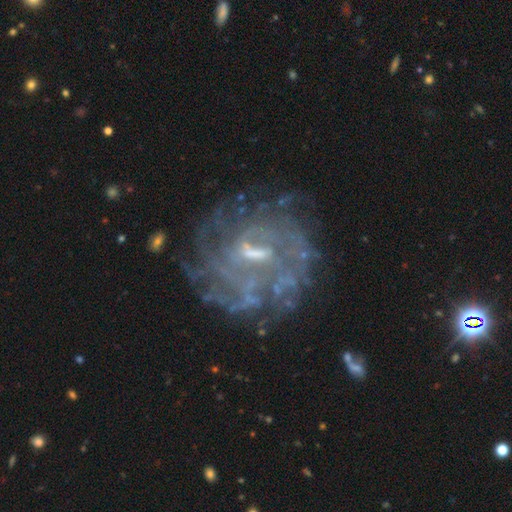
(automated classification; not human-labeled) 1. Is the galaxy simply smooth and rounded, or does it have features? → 80% featured or disk, 11% star or artifact, 9% smooth.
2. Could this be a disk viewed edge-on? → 97% no, 3% yes.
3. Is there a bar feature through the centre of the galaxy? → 57% weak, 25% no, 17% strong.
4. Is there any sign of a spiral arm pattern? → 76% yes, 24% no.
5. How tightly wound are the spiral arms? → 60% tight, 28% medium, 13% loose.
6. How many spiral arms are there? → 56% can't tell, 11% 4, 10% more than 4, 9% 3, 9% 2, 5% 1.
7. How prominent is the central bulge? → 42% small, 37% moderate, 17% none, 3% large, 1% dominant.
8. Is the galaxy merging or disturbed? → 67% none, 16% minor disturbance, 14% major disturbance, 3% merger.